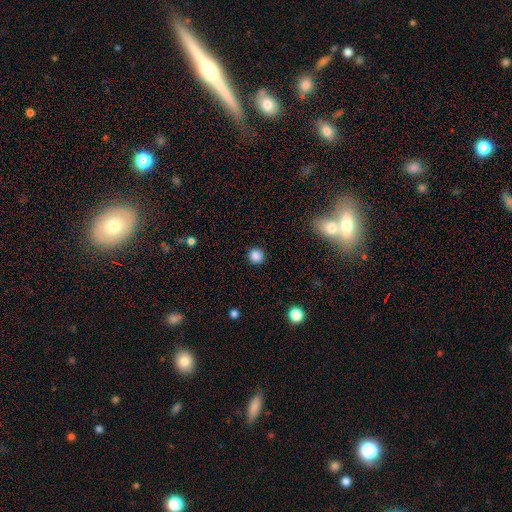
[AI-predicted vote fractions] Smooth or featured? Predicted: smooth (p=0.85). How rounded? Predicted: round (p=0.93). Merging? Predicted: none (p=0.91).